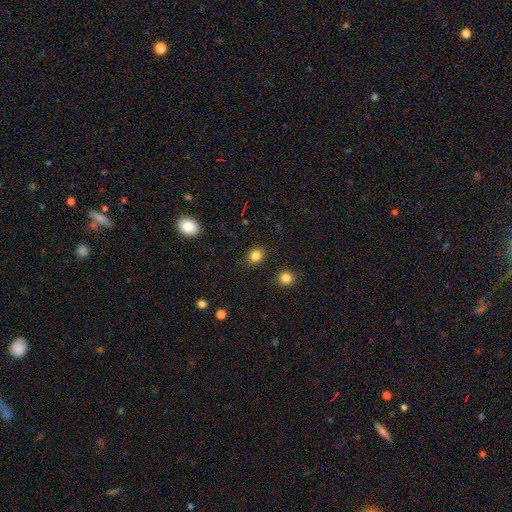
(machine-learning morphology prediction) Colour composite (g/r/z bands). It shows a smooth galaxy with no disk features (84%) that is round (62%). Merging: none (88%).